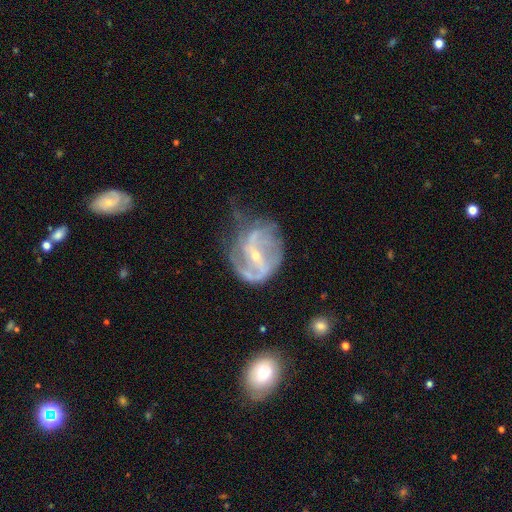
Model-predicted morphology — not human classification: Smooth or featured?
  - featured or disk: 85% *
  - smooth: 8%
  - star or artifact: 7%
Edge-on disk?
  - no: 97% *
  - yes: 3%
Bar?
  - strong: 42% *
  - weak: 36%
  - no: 21%
Spiral arms?
  - yes: 90% *
  - no: 10%
Spiral winding?
  - medium: 42% *
  - loose: 35%
  - tight: 23%
Spiral arm count?
  - 2: 59% *
  - can't tell: 18%
  - 3: 10%
  - 1: 7%
  - 4: 3%
  - more than 4: 3%
Bulge size?
  - small: 72% *
  - moderate: 25%
  - none: 1%
  - large: 1%
  - dominant: 1%
Merging?
  - none: 38% *
  - major disturbance: 30%
  - minor disturbance: 29%
  - merger: 4%